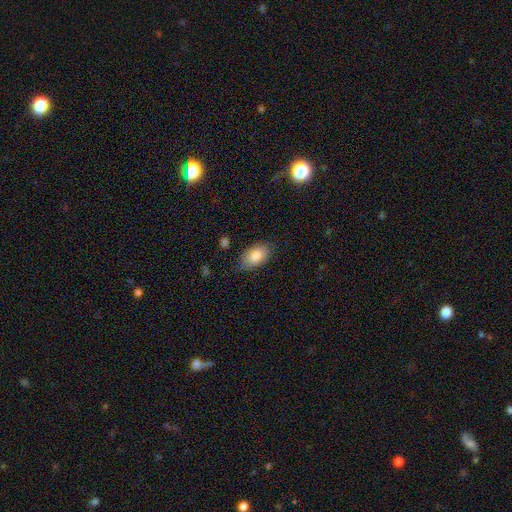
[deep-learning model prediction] Morphology: type=smooth (84%); roundness=in between (93%); merging=none (73%).